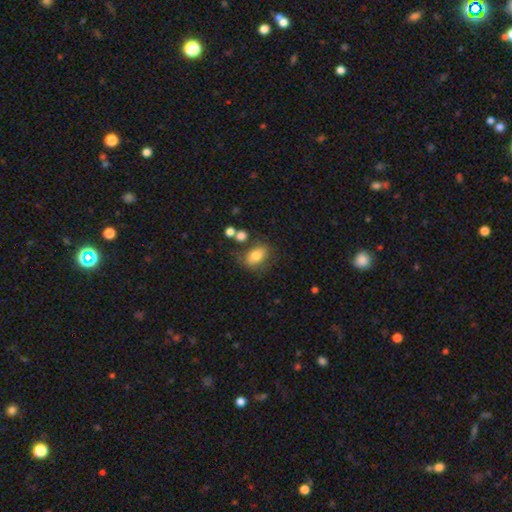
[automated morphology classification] Q: Smooth or featured?
A: smooth (78%); runner-up: featured or disk (12%)
Q: How rounded?
A: in between (78%); runner-up: round (20%)
Q: Merging?
A: none (66%); runner-up: minor disturbance (17%)